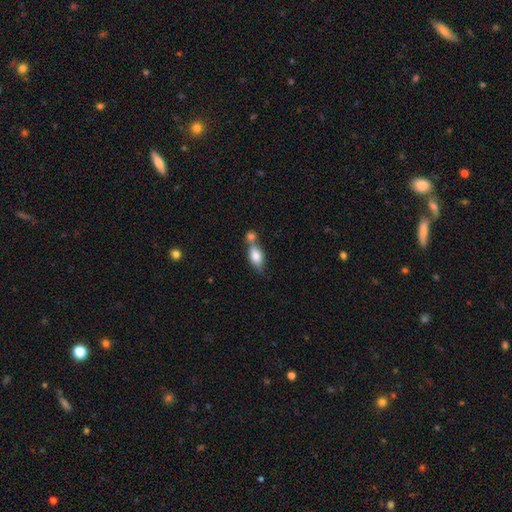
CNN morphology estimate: The model was most divided on "merging": merger: 46%, none: 38%, minor disturbance: 12%, major disturbance: 4%. More confident: how rounded — in between (81%); smooth or featured — smooth (74%).